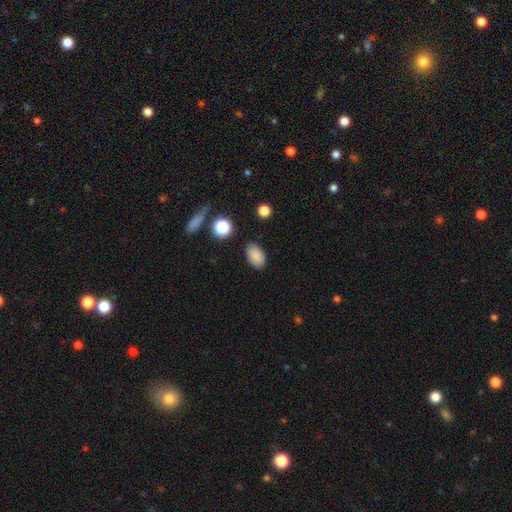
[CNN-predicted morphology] Smooth or featured? smooth (86%)
How rounded? in between (90%)
Merging? none (83%)